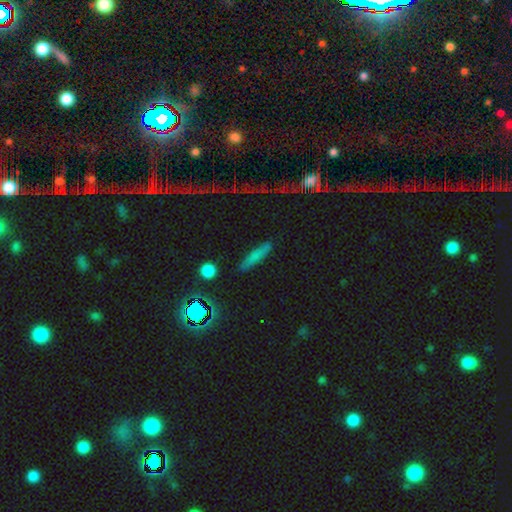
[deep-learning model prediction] Q: Smooth or featured?
A: smooth (68%); runner-up: featured or disk (19%)
Q: How rounded?
A: cigar-shaped (85%); runner-up: in between (12%)
Q: Merging?
A: none (85%); runner-up: minor disturbance (11%)